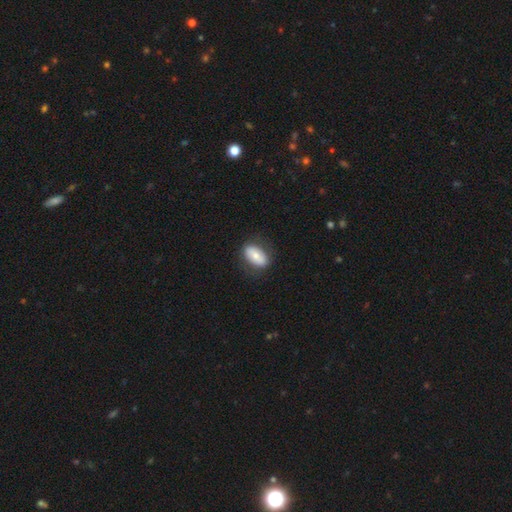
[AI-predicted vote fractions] The model was most divided on "smooth or featured": smooth: 68%, featured or disk: 26%, star or artifact: 6%. More confident: how rounded — in between (90%); merging — none (78%).